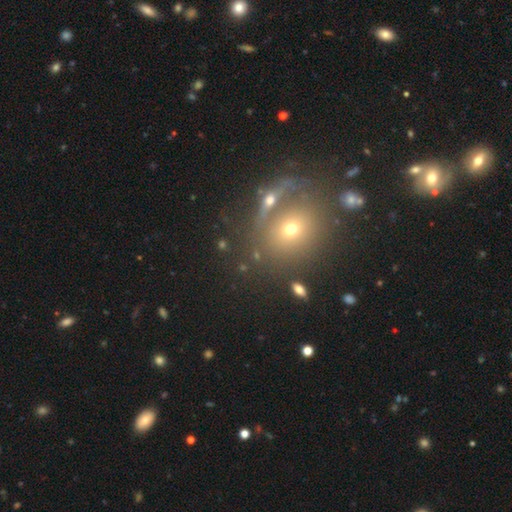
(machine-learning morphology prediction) A smooth galaxy with no disk features (50%) that is round (78%).

Vote fractions:
- Smooth or featured? smooth: 50% / star or artifact: 29% / featured or disk: 20%
- How rounded? round: 78% / in between: 21% / cigar-shaped: 1%
- Merging? none: 68% / merger: 14% / minor disturbance: 12% / major disturbance: 7%